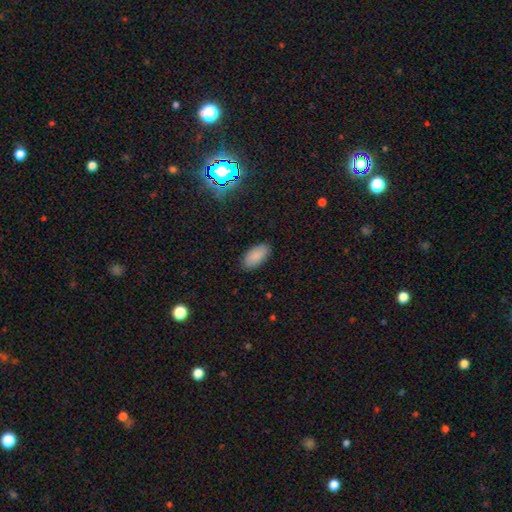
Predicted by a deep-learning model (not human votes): Smooth or featured? Predicted: smooth (p=0.87). How rounded? Predicted: in between (p=0.94). Merging? Predicted: none (p=0.88).